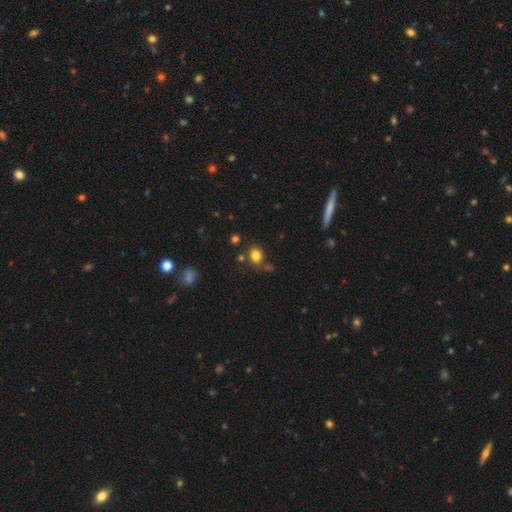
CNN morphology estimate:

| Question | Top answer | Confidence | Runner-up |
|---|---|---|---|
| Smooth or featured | smooth | 81% | star or artifact (12%) |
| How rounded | round | 51% | in between (48%) |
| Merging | none | 72% | minor disturbance (14%) |